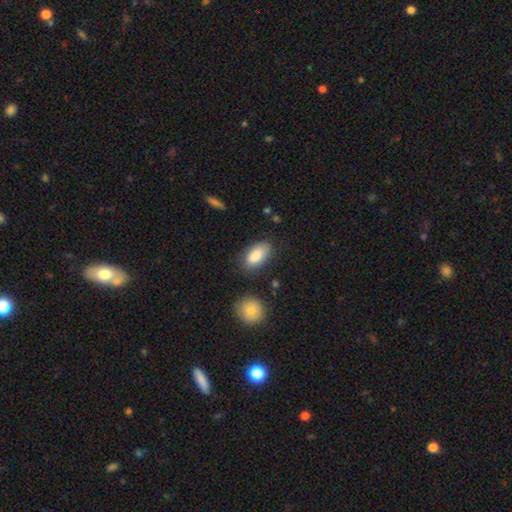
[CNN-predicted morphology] This is clearly a smooth galaxy (87%). How rounded: clearly in between (92%). Merging: likely none (77%).